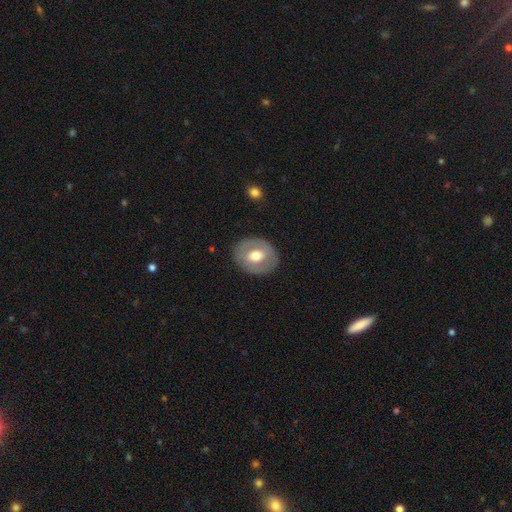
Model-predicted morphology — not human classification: The model was most divided on "smooth or featured": smooth: 49%, featured or disk: 45%, star or artifact: 6%. More confident: merging — none (85%).